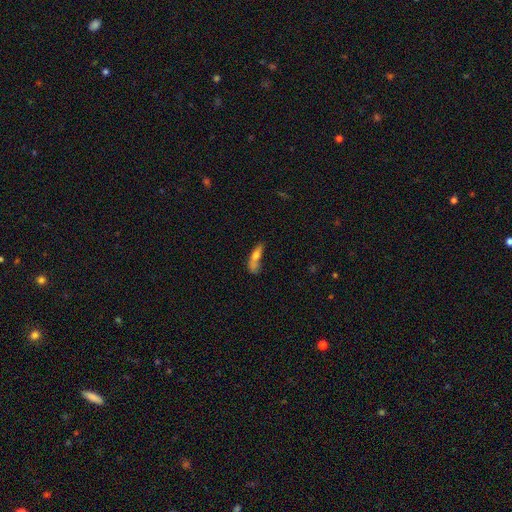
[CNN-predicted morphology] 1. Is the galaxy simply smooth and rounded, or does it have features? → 65% smooth, 26% featured or disk, 9% star or artifact.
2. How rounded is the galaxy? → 52% cigar-shaped, 44% in between, 5% round.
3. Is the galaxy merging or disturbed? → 30% none, 26% major disturbance, 23% minor disturbance, 21% merger.